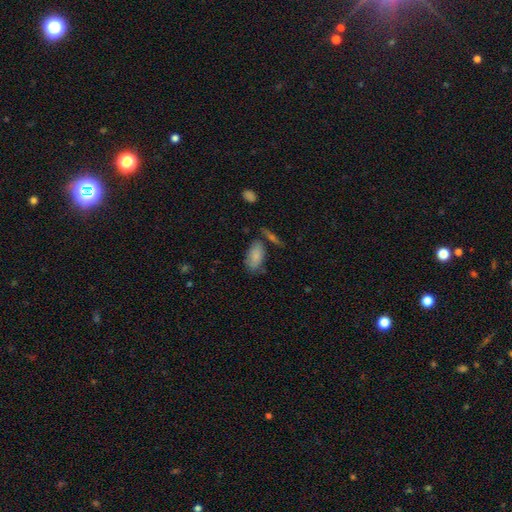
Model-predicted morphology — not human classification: The model was most divided on "merging": none: 59%, minor disturbance: 24%, merger: 10%, major disturbance: 7%. More confident: how rounded — in between (92%); smooth or featured — smooth (82%).